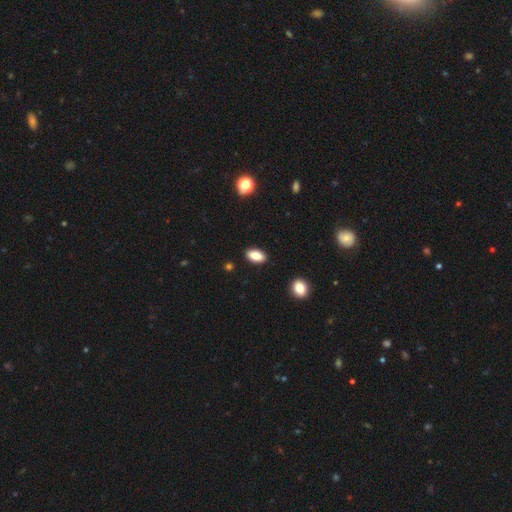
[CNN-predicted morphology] smooth-or-featured: smooth: 85% | star or artifact: 8% | featured or disk: 7%
  how-rounded: in between: 91% | cigar-shaped: 5% | round: 4%
  merging: none: 89% | minor disturbance: 8% | major disturbance: 2% | merger: 1%